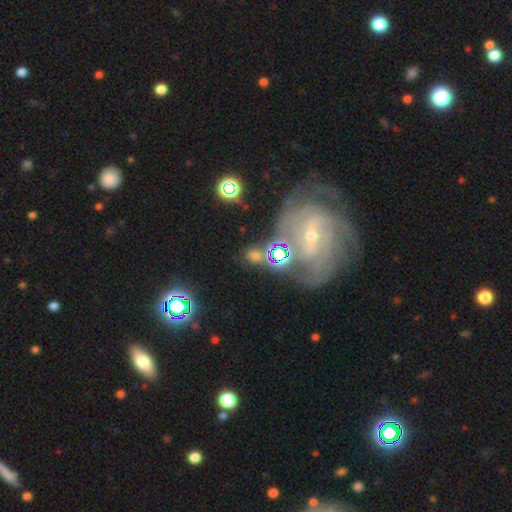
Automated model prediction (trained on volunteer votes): Smooth or featured?
  - smooth: 40% *
  - featured or disk: 32%
  - star or artifact: 28%
Merging?
  - none: 62% *
  - minor disturbance: 16%
  - merger: 13%
  - major disturbance: 9%